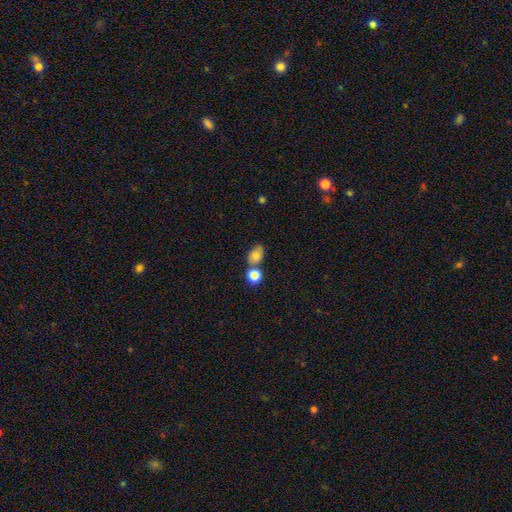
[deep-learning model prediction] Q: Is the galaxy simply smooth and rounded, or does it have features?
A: smooth — 75%.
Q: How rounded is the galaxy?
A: in between — 62%.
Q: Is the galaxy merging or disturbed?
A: none — 52%.